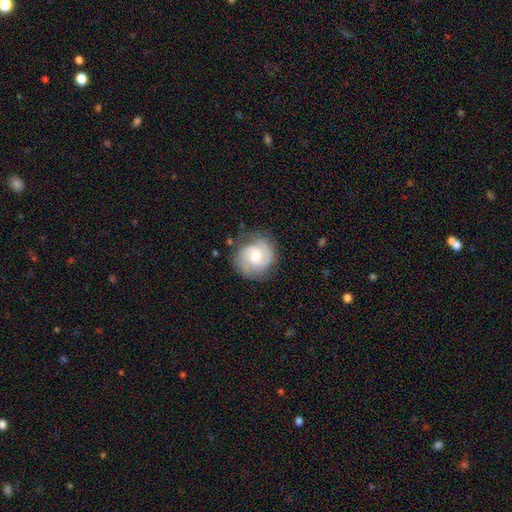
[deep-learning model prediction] Smooth or featured? Predicted: featured or disk (p=0.75). Edge-on disk? Predicted: no (p=0.98). Bar? Predicted: no (p=0.58). Spiral arms? Predicted: yes (p=0.95). Spiral winding? Predicted: tight (p=0.52). Spiral arm count? Predicted: 2 (p=0.80). Bulge size? Predicted: moderate (p=0.55). Merging? Predicted: none (p=0.78).